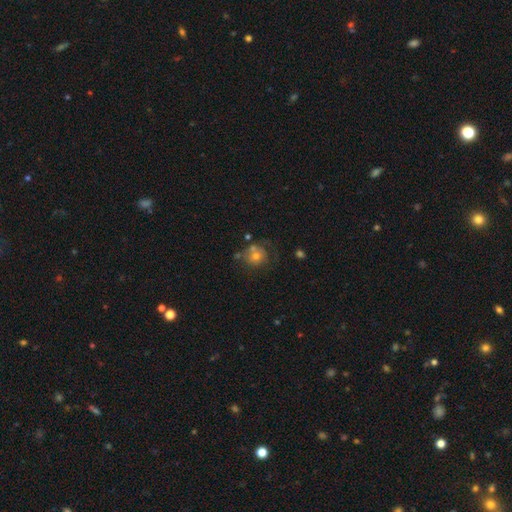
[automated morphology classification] Q: Smooth or featured?
A: smooth (53%); runner-up: featured or disk (32%)
Q: How rounded?
A: round (82%); runner-up: in between (17%)
Q: Merging?
A: none (52%); runner-up: minor disturbance (20%)